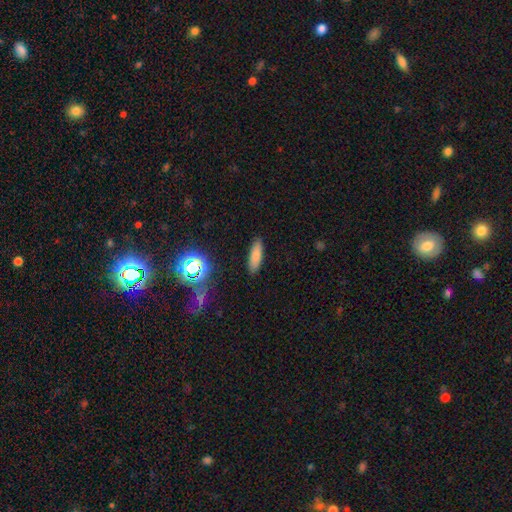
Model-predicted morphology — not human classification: The model was most divided on "how rounded": cigar-shaped: 53%, in between: 45%, round: 2%. More confident: merging — none (89%); smooth or featured — smooth (80%).